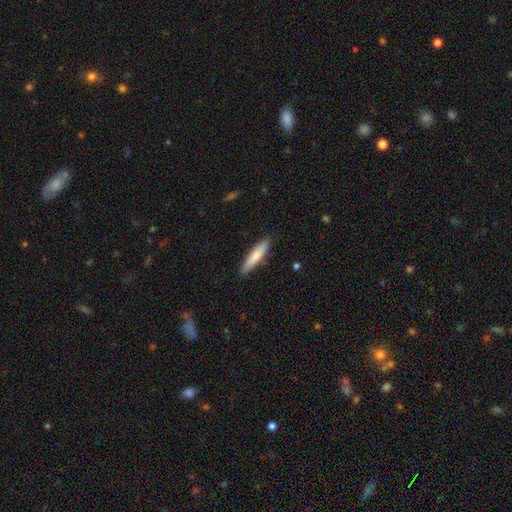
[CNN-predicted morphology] Smooth or featured: smooth — 77% (featured or disk — 18%)
How rounded: cigar-shaped — 84% (in between — 15%)
Merging: none — 89% (minor disturbance — 8%)